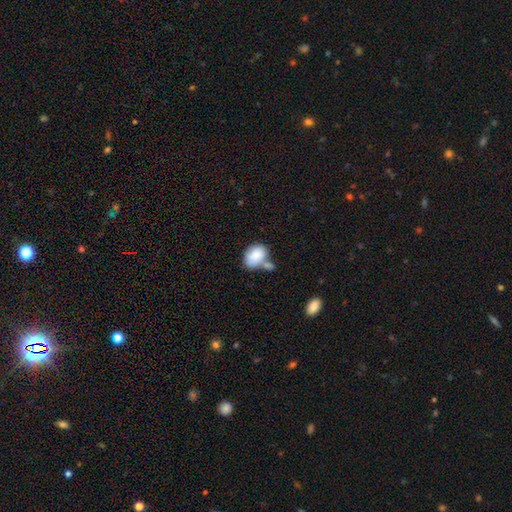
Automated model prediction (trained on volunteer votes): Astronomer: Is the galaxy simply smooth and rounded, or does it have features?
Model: smooth — 83%.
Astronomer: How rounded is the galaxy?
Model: in between — 82%.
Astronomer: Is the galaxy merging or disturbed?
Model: merger — 37%, tied with none at 37%.